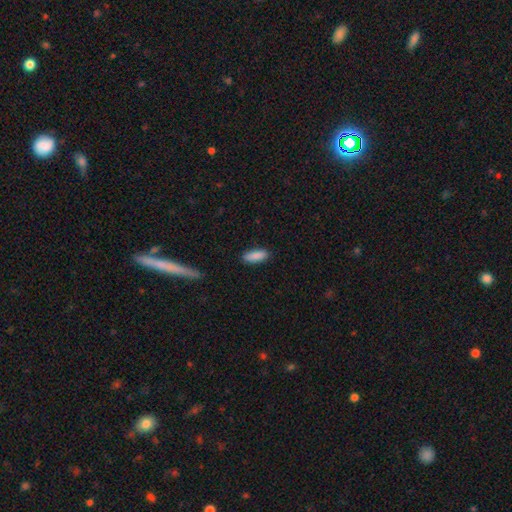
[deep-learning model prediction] Q: Smooth or featured?
A: smooth (89%); runner-up: star or artifact (6%)
Q: How rounded?
A: in between (66%); runner-up: cigar-shaped (32%)
Q: Merging?
A: none (88%); runner-up: minor disturbance (9%)